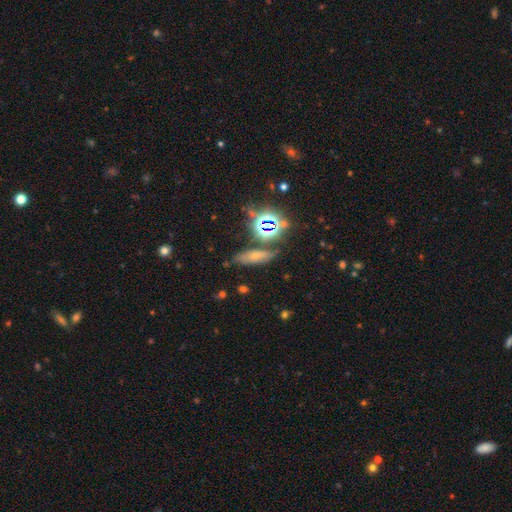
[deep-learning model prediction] A smooth galaxy with no disk features (51%) that is in between round and cigar-shaped (54%). Merging: none (71%).